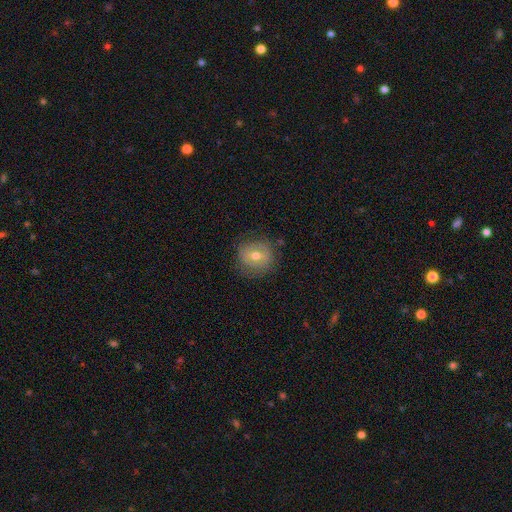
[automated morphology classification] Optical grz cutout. It shows a smooth galaxy with no disk features (46%). Merging: none (76%).